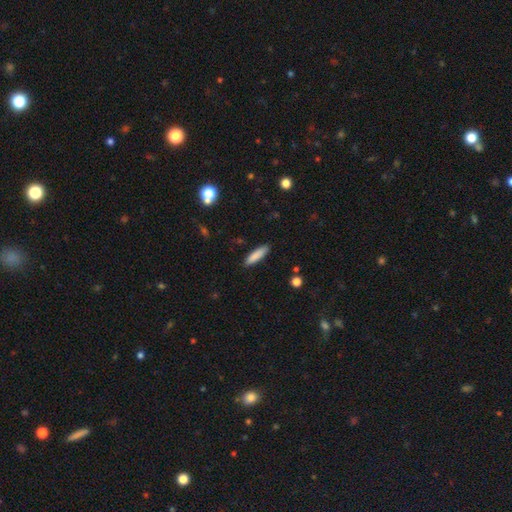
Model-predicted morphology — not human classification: A smooth galaxy with no disk features (86%) that is cigar-shaped (73%).

Vote fractions:
- Smooth or featured? smooth: 86% / featured or disk: 8% / star or artifact: 6%
- How rounded? cigar-shaped: 73% / in between: 26% / round: 1%
- Merging? none: 88% / minor disturbance: 9% / major disturbance: 2% / merger: 1%